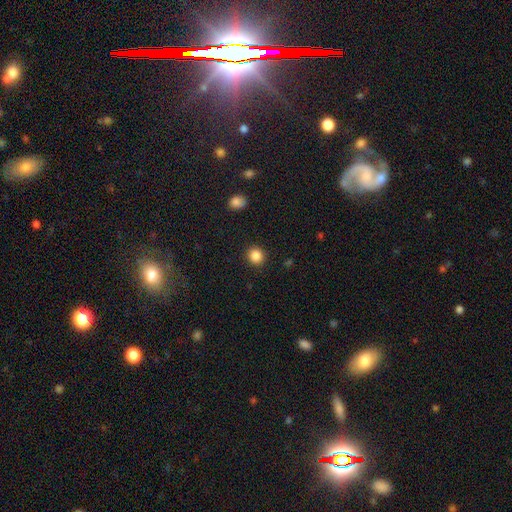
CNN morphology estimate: Smooth or featured? smooth (87%)
How rounded? round (89%)
Merging? none (92%)